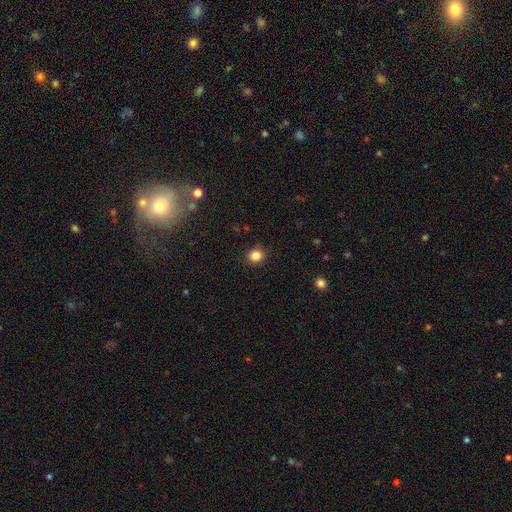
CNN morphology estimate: Smooth or featured?
  - smooth: 85% *
  - star or artifact: 12%
  - featured or disk: 3%
How rounded?
  - round: 88% *
  - in between: 11%
  - cigar-shaped: 1%
Merging?
  - none: 90% *
  - minor disturbance: 7%
  - major disturbance: 2%
  - merger: 1%